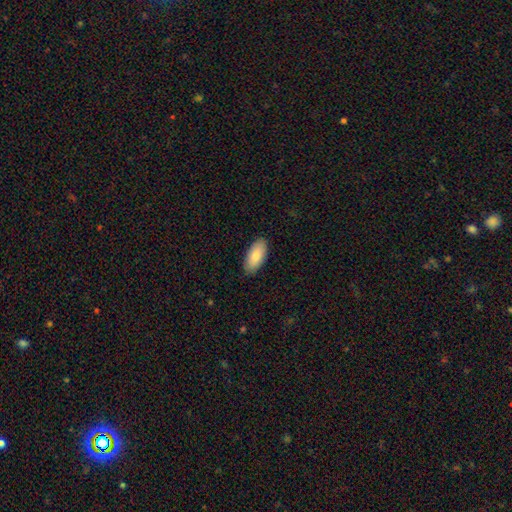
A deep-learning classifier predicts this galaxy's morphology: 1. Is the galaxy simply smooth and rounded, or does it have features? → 87% smooth, 8% featured or disk, 6% star or artifact.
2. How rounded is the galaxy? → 92% in between, 6% cigar-shaped, 2% round.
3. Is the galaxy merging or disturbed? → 88% none, 10% minor disturbance, 2% major disturbance, 1% merger.